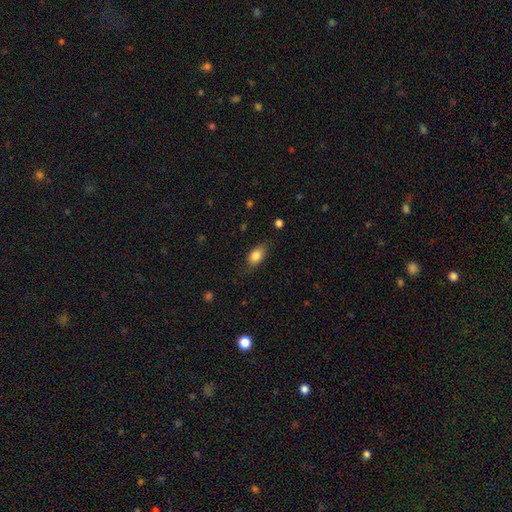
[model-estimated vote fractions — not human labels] A smooth galaxy with no disk features (81%) that is in between round and cigar-shaped (86%). Merging: none (74%).